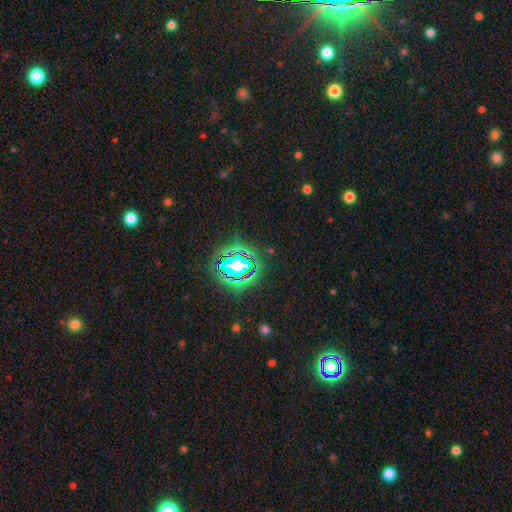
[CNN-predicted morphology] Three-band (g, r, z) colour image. It shows a star or artifact, not a galaxy (81%).